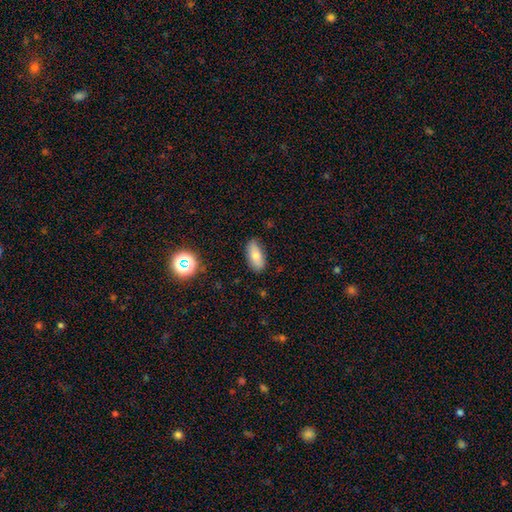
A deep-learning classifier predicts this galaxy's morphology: The model was most divided on "smooth or featured": smooth: 74%, featured or disk: 17%, star or artifact: 9%. More confident: how rounded — in between (86%); merging — none (85%).